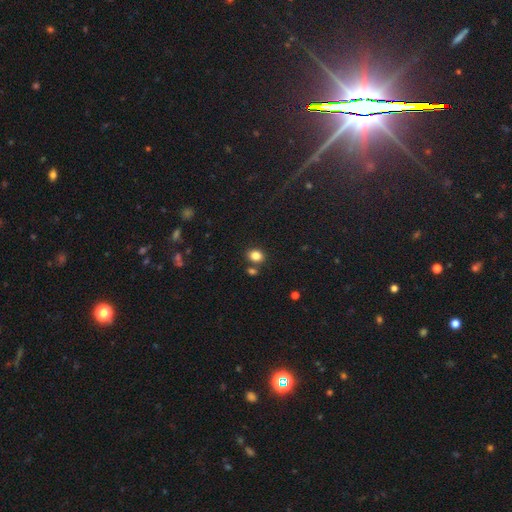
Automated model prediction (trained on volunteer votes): Q: Smooth or featured?
A: smooth (83%); runner-up: star or artifact (12%)
Q: How rounded?
A: in between (50%); runner-up: round (49%)
Q: Merging?
A: none (77%); runner-up: merger (11%)